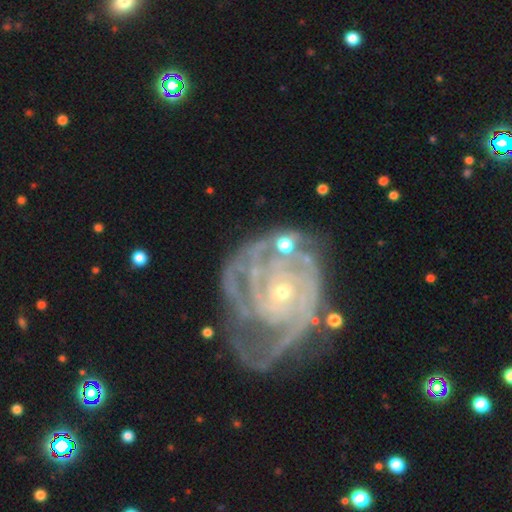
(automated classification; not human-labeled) The model was most divided on "spiral arm count": can't tell: 30%, 3: 22%, 2: 21%, 4: 12%, more than 4: 7%, 1: 7%. More confident: edge-on disk — no (97%); spiral arms — yes (94%); smooth or featured — featured or disk (87%); bulge size — small (79%); bar — no (74%); spiral winding — tight (70%); merging — none (54%).